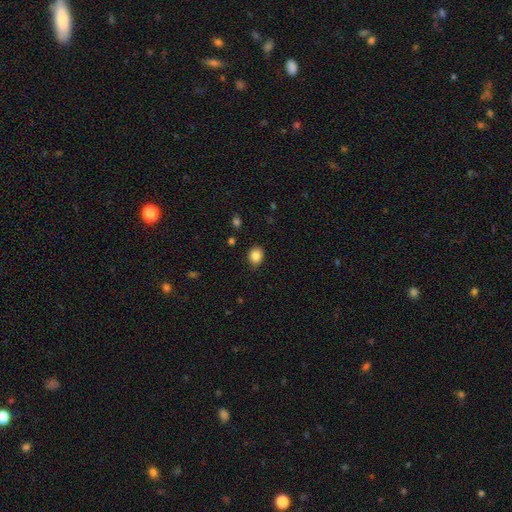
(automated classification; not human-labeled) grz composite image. It shows a smooth galaxy with no disk features (85%) that is round (59%). Merging: none (86%).